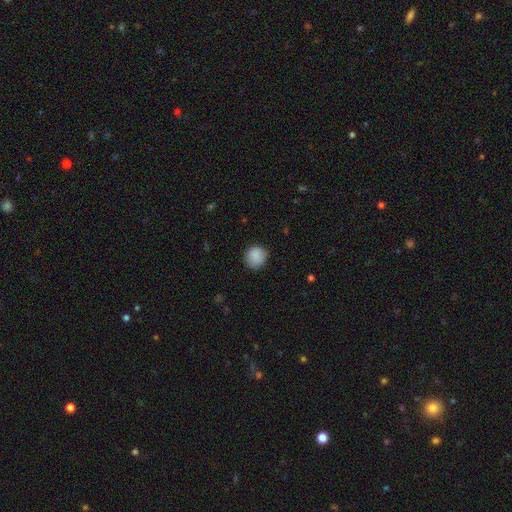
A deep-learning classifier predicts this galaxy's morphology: Smooth or featured?
  - smooth: 89% *
  - star or artifact: 7%
  - featured or disk: 4%
How rounded?
  - round: 91% *
  - in between: 8%
  - cigar-shaped: 1%
Merging?
  - none: 84% *
  - minor disturbance: 12%
  - major disturbance: 3%
  - merger: 1%